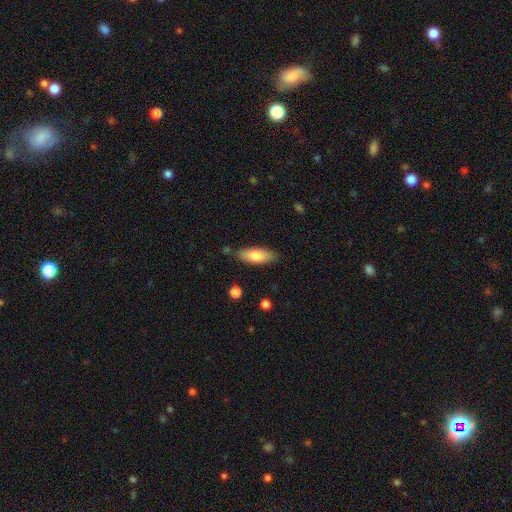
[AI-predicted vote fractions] This is clearly a smooth galaxy (80%). How rounded: likely in between (71%). Merging: likely none (80%).